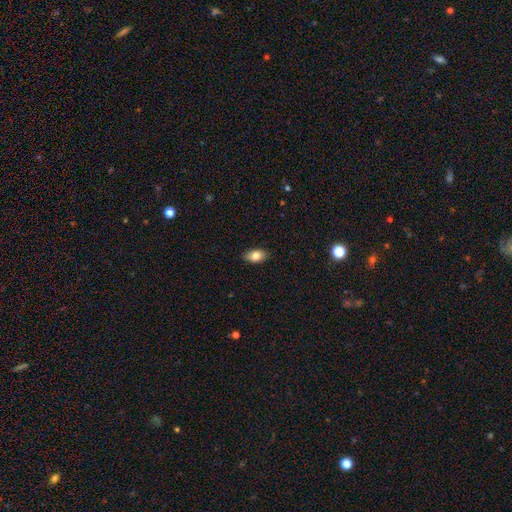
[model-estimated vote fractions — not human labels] The model was most divided on "smooth or featured": smooth: 81%, featured or disk: 11%, star or artifact: 8%. More confident: how rounded — in between (90%); merging — none (87%).